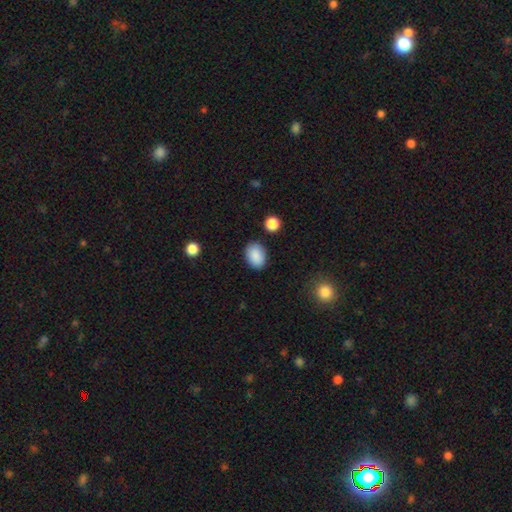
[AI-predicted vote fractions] Smooth or featured: smooth — 89% (star or artifact — 7%)
How rounded: in between — 76% (round — 23%)
Merging: none — 85% (minor disturbance — 10%)